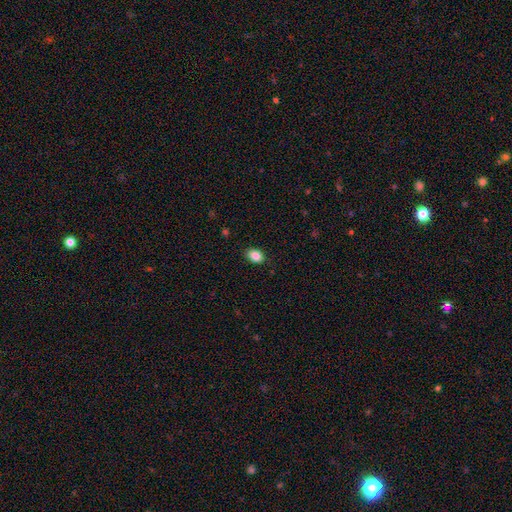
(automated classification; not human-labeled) Smooth or featured? smooth (87%)
How rounded? in between (74%)
Merging? none (87%)